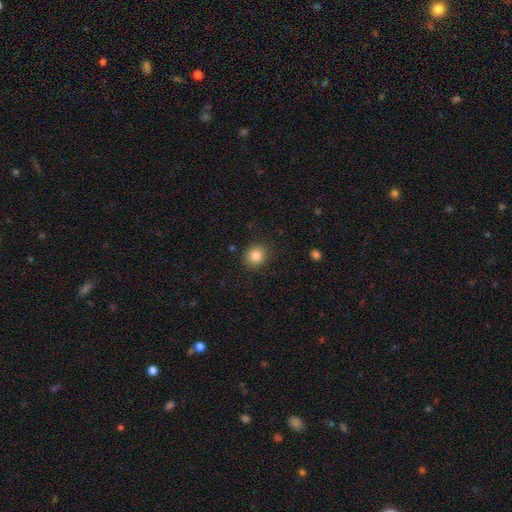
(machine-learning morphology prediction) This is clearly a smooth galaxy (84%). How rounded: clearly round (85%). Merging: clearly none (88%).